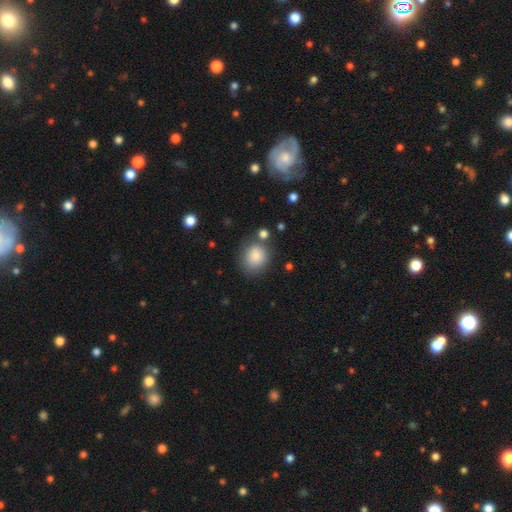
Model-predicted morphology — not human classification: Smooth or featured: smooth — 84% (star or artifact — 9%)
How rounded: round — 75% (in between — 24%)
Merging: none — 73% (minor disturbance — 15%)